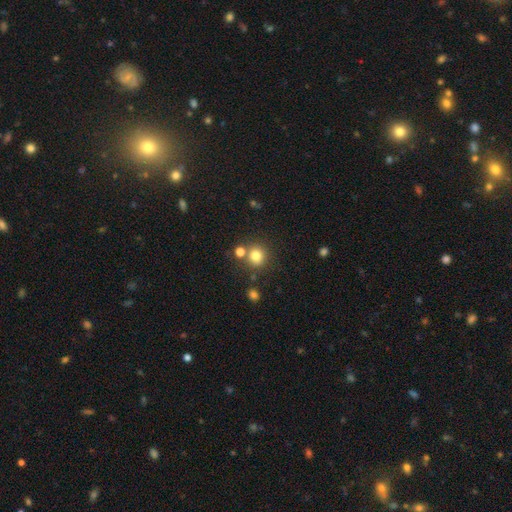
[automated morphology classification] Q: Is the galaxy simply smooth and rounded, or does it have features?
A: smooth — 79%.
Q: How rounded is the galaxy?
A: round — 88%.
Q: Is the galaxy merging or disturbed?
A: none — 73%.